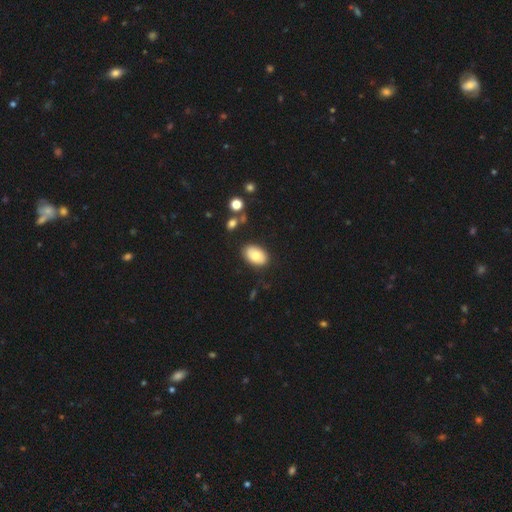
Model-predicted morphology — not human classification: smooth 75%, featured or disk 18%, star or artifact 7%. Down the decision tree: how rounded — in between (90%); merging — none (83%).